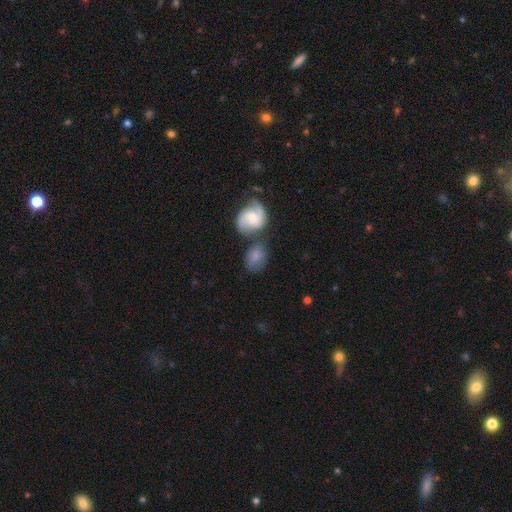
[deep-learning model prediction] Smooth or featured: smooth — 59% (featured or disk — 33%)
How rounded: in between — 58% (round — 40%)
Merging: none — 44% (merger — 31%)